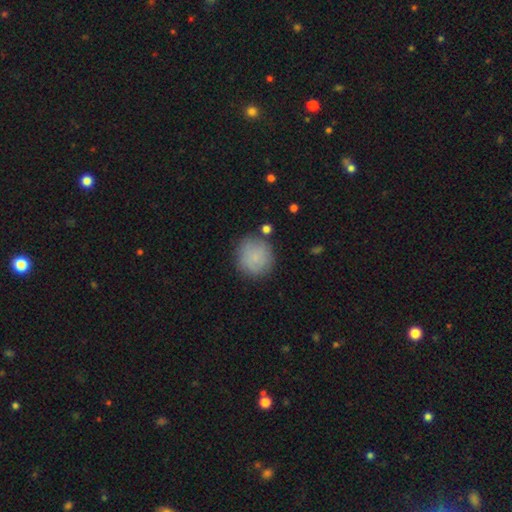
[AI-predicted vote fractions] This is clearly a smooth galaxy (80%). How rounded: clearly round (91%). Merging: likely none (77%).